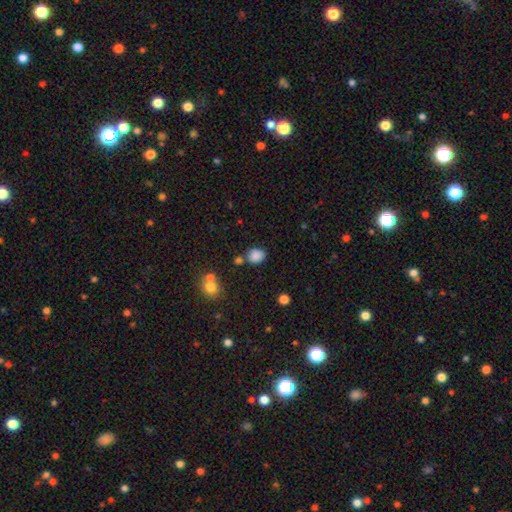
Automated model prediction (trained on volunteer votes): Overall: smooth (85%). How rounded: round (62%; in between 37%). Merging: none (73%).